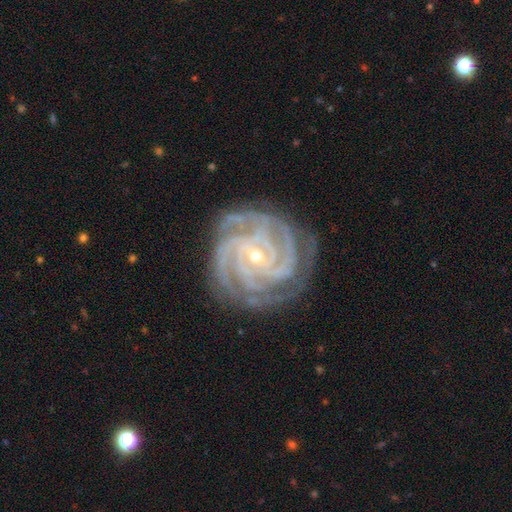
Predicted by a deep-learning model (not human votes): Smooth or featured? Predicted: featured or disk (p=0.93). Edge-on disk? Predicted: no (p=0.98). Bar? Predicted: no (p=0.51). Spiral arms? Predicted: yes (p=0.99). Spiral winding? Predicted: tight (p=0.82). Spiral arm count? Predicted: 4 (p=0.36). Bulge size? Predicted: small (p=0.67). Merging? Predicted: none (p=0.82).